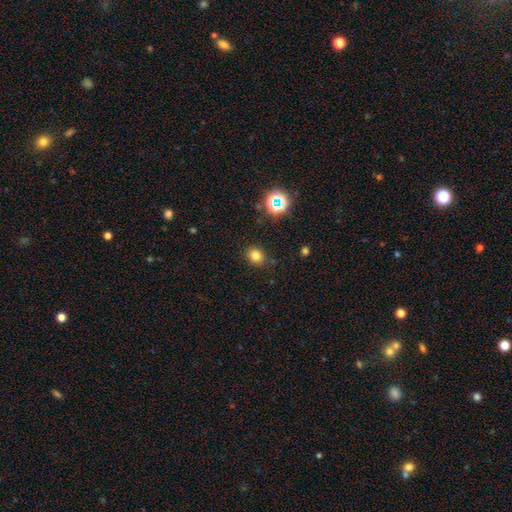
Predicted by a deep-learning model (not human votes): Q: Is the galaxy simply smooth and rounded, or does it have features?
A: smooth — 77%.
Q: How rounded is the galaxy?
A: round — 63%.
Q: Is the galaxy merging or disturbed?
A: none — 85%.